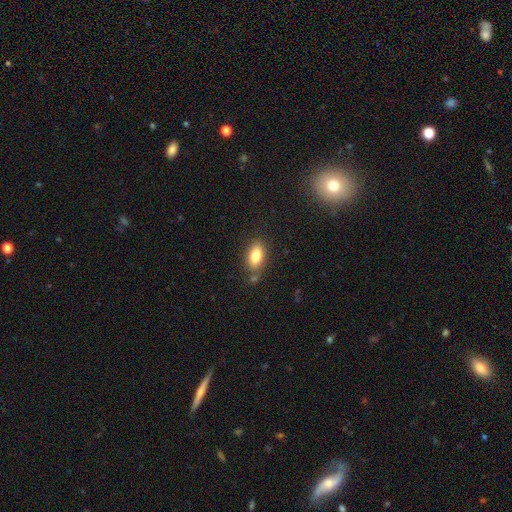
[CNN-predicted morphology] smooth-or-featured: smooth: 82% | featured or disk: 10% | star or artifact: 8%
  how-rounded: in between: 89% | cigar-shaped: 6% | round: 5%
  merging: none: 73% | minor disturbance: 15% | merger: 7% | major disturbance: 4%